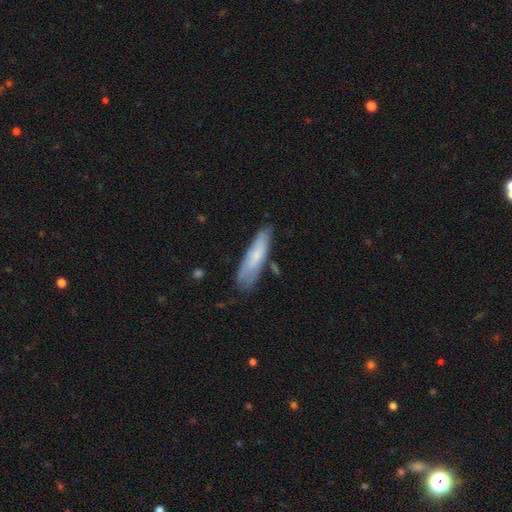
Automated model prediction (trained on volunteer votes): smooth 69%, featured or disk 25%, star or artifact 6%. Down the decision tree: how rounded — cigar-shaped (69%); merging — none (68%).